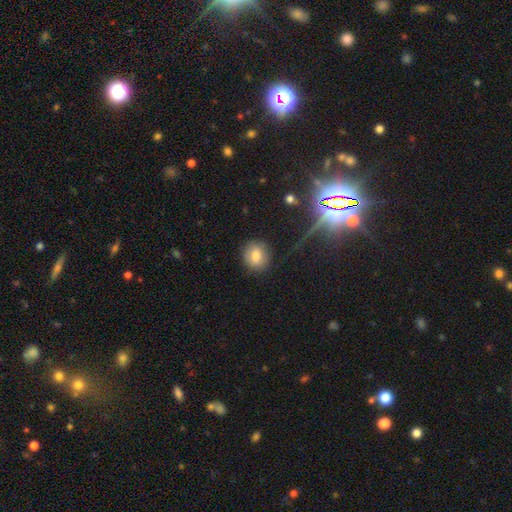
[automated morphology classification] Smooth or featured? Predicted: smooth (p=0.76). How rounded? Predicted: round (p=0.77). Merging? Predicted: none (p=0.85).